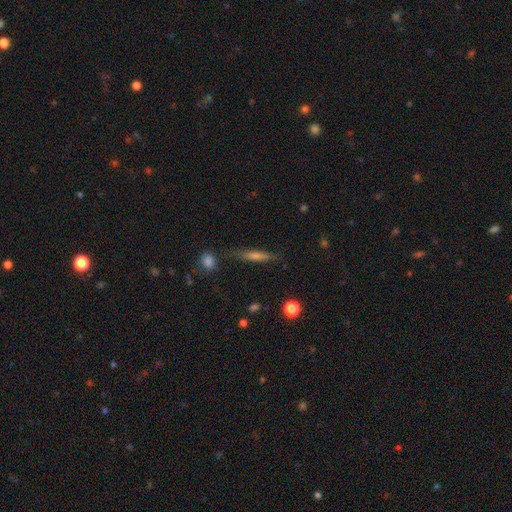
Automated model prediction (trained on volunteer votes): This appears to be a featured or disk galaxy (44%). Merging: none (77%).